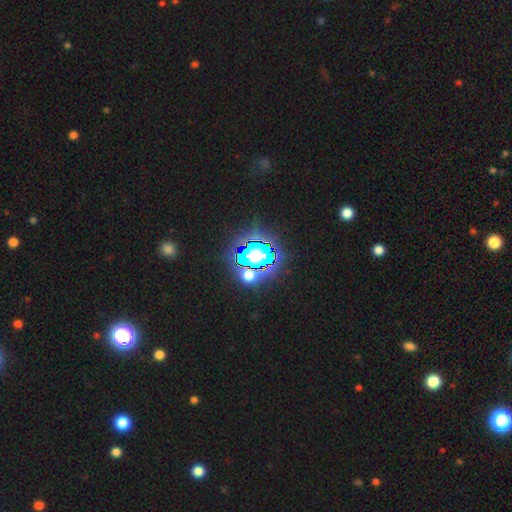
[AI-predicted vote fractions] Smooth or featured? Predicted: star or artifact (p=0.62).